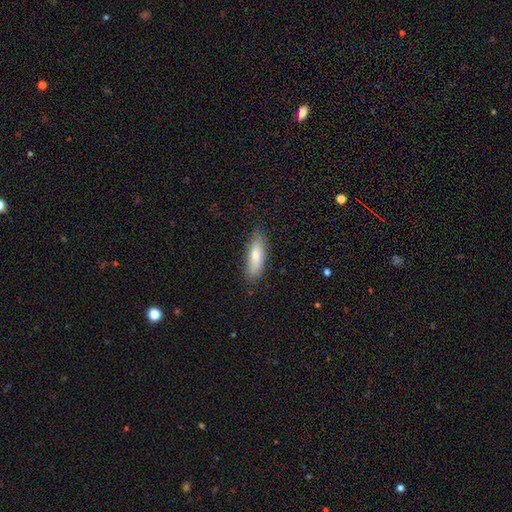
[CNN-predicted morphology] Smooth or featured? Predicted: smooth (p=0.76). How rounded? Predicted: cigar-shaped (p=0.53). Merging? Predicted: none (p=0.82).